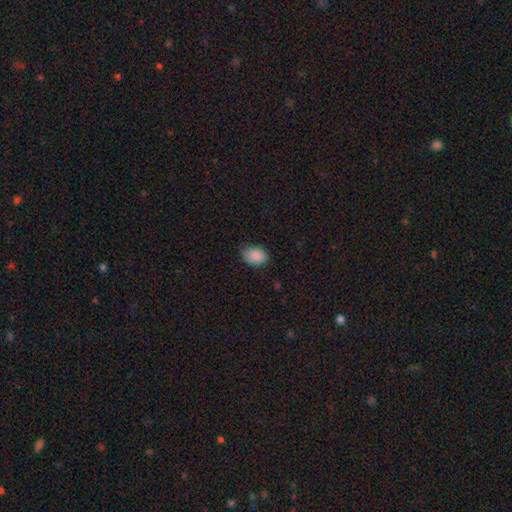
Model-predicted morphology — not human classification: The model was most divided on "how rounded": in between: 75%, round: 24%, cigar-shaped: 1%. More confident: smooth or featured — smooth (88%); merging — none (74%).